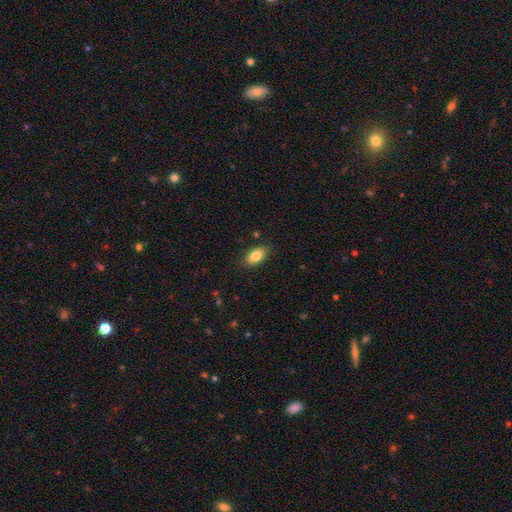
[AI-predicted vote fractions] smooth-or-featured: smooth: 84% | featured or disk: 8% | star or artifact: 8%
  how-rounded: in between: 91% | round: 6% | cigar-shaped: 3%
  merging: none: 86% | minor disturbance: 11% | major disturbance: 2% | merger: 1%